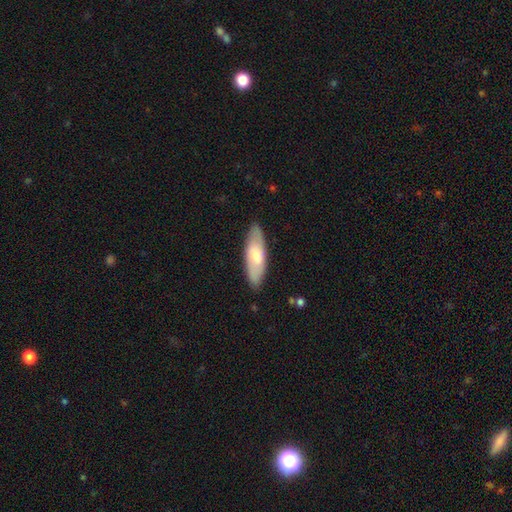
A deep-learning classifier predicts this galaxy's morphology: Smooth or featured? Predicted: smooth (p=0.60). How rounded? Predicted: in between (p=0.59). Merging? Predicted: none (p=0.85).